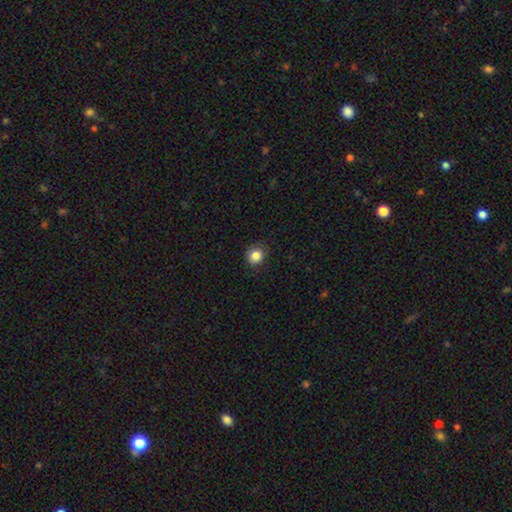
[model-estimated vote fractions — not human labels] Smooth or featured? Predicted: smooth (p=0.84). How rounded? Predicted: round (p=0.84). Merging? Predicted: none (p=0.86).